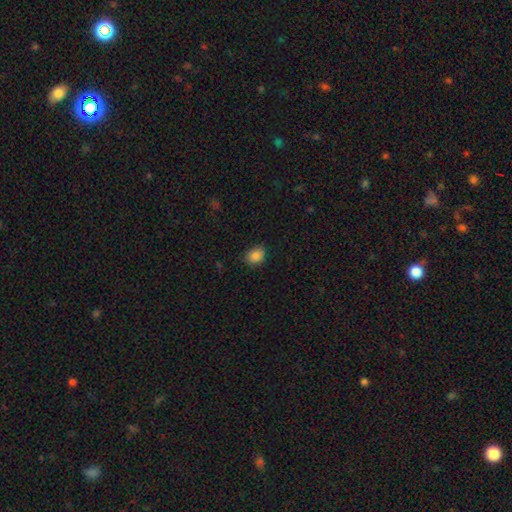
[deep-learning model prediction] Q: Smooth or featured?
A: smooth (86%); runner-up: star or artifact (10%)
Q: How rounded?
A: round (50%); runner-up: in between (49%)
Q: Merging?
A: none (79%); runner-up: minor disturbance (17%)